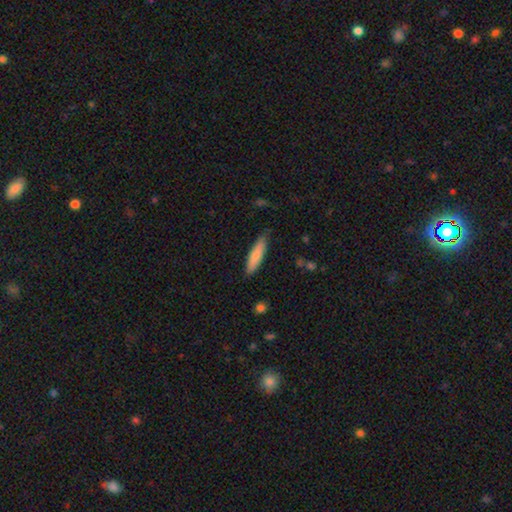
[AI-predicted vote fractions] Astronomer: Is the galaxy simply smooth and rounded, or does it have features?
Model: smooth — 80%.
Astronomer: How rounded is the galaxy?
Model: cigar-shaped — 74%.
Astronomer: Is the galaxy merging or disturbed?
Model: none — 81%.